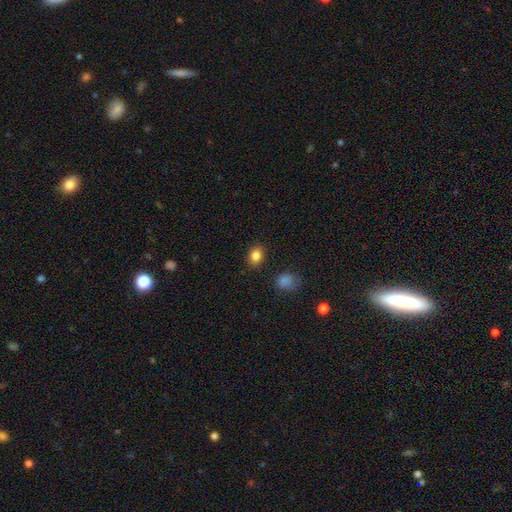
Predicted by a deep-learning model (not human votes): Smooth or featured?
  - smooth: 84% *
  - star or artifact: 10%
  - featured or disk: 6%
How rounded?
  - in between: 64% *
  - round: 35%
  - cigar-shaped: 1%
Merging?
  - none: 87% *
  - minor disturbance: 9%
  - major disturbance: 2%
  - merger: 2%